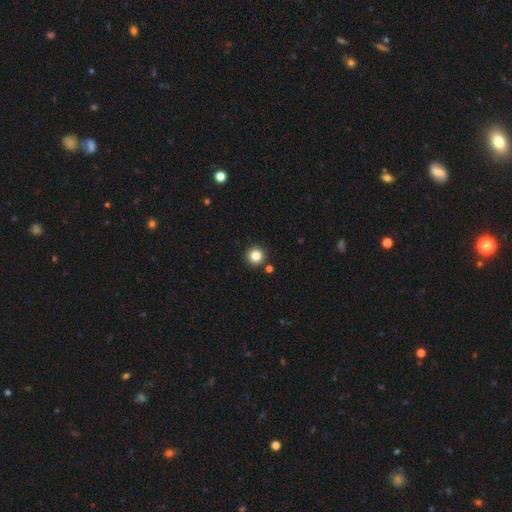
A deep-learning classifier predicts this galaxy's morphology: smooth_or_featured: smooth (p=0.85) [alt: star or artifact p=0.11]
how_rounded: round (p=0.96) [alt: in between p=0.03]
merging: none (p=0.90) [alt: minor disturbance p=0.05]